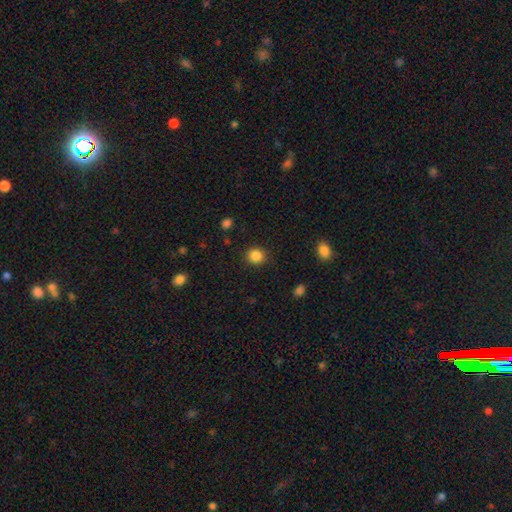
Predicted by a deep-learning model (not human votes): A smooth galaxy with no disk features (86%) that is round (87%).

Vote fractions:
- Smooth or featured? smooth: 86% / star or artifact: 11% / featured or disk: 4%
- How rounded? round: 87% / in between: 12% / cigar-shaped: 1%
- Merging? none: 88% / minor disturbance: 8% / major disturbance: 3% / merger: 1%